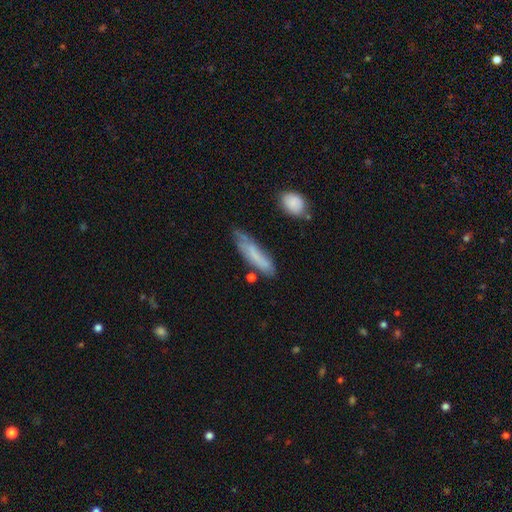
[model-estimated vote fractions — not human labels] smooth 64%, featured or disk 28%, star or artifact 8%. Down the decision tree: how rounded — cigar-shaped (69%); merging — none (57%).